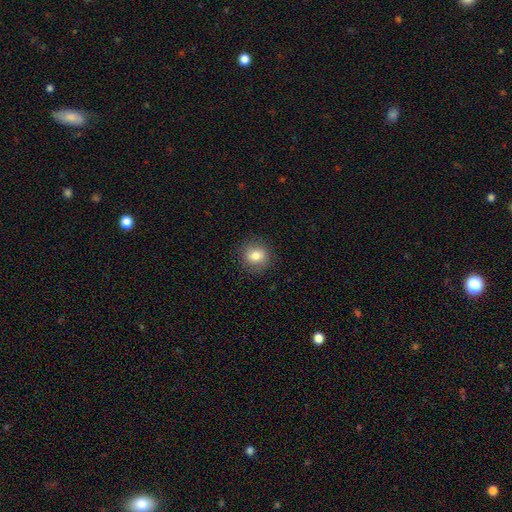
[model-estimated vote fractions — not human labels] Smooth or featured? smooth (77%)
How rounded? round (80%)
Merging? none (86%)